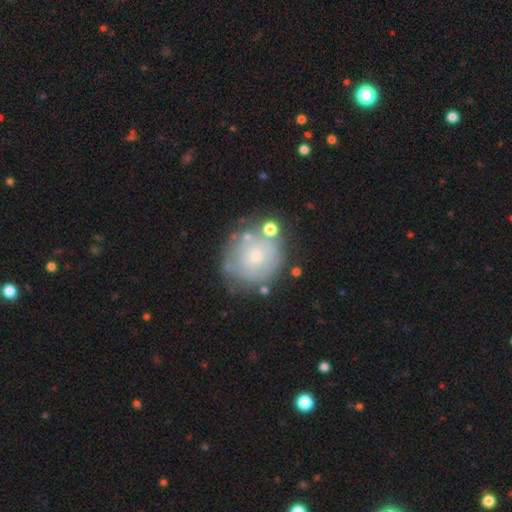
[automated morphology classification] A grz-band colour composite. It shows a smooth galaxy with no disk features (46%). Merging: none (64%).